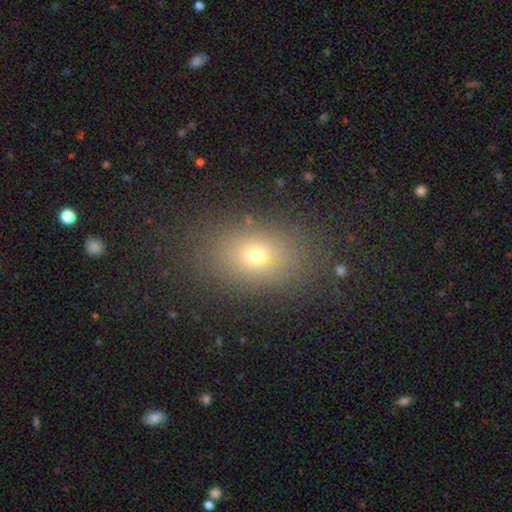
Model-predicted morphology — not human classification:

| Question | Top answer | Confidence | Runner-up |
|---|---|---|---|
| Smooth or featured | smooth | 68% | star or artifact (19%) |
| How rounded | in between | 70% | round (28%) |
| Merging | none | 85% | minor disturbance (9%) |